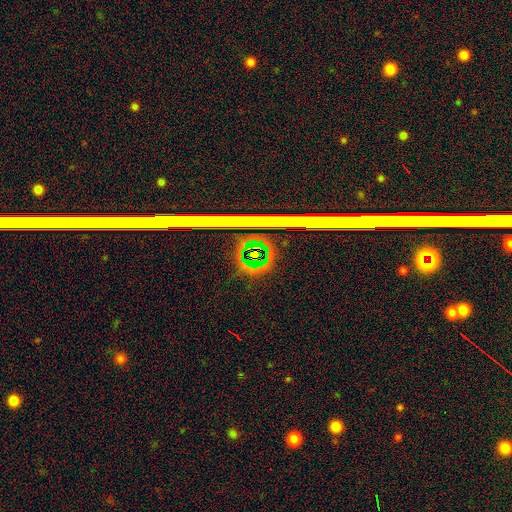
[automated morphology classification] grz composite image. It shows a star or artifact, not a galaxy (67%).